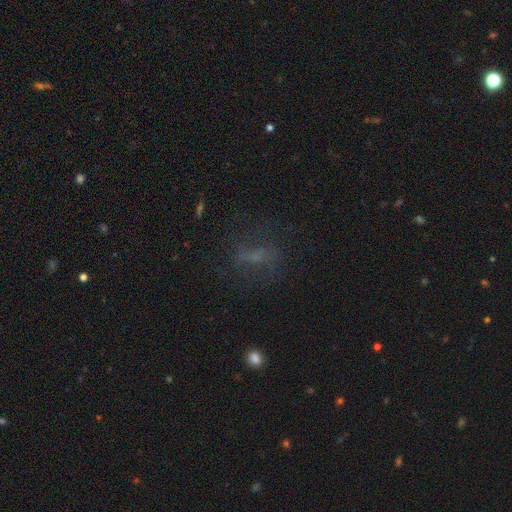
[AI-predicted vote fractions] Q: Smooth or featured?
A: smooth (38%); runner-up: featured or disk (34%)
Q: Merging?
A: none (67%); runner-up: minor disturbance (16%)